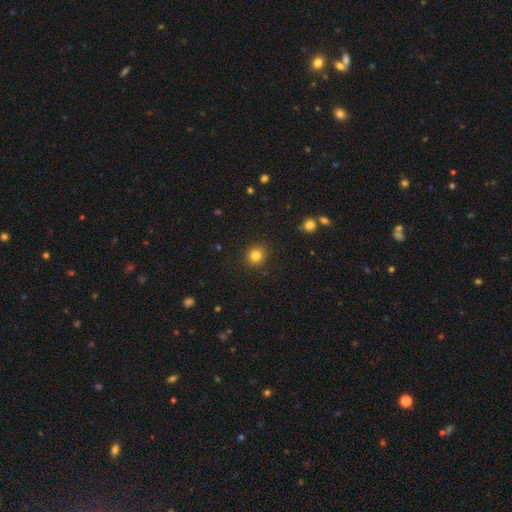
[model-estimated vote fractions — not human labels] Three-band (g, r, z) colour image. It shows a smooth galaxy with no disk features (82%) that is round (88%). Merging: none (90%).